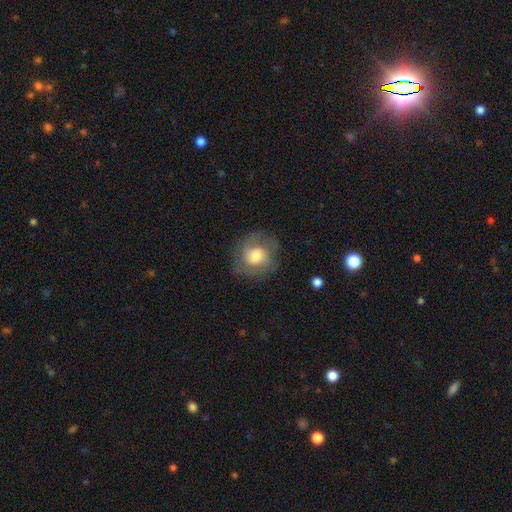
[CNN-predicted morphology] Q: Smooth or featured?
A: featured or disk (53%); runner-up: smooth (39%)
Q: Edge-on disk?
A: no (97%); runner-up: yes (3%)
Q: Bar?
A: no (60%); runner-up: weak (33%)
Q: Spiral arms?
A: yes (84%); runner-up: no (16%)
Q: Bulge size?
A: moderate (55%); runner-up: large (26%)
Q: Merging?
A: none (71%); runner-up: minor disturbance (17%)